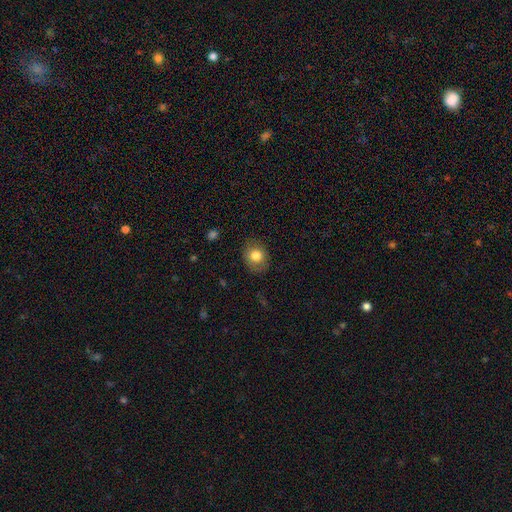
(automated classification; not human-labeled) A smooth galaxy with no disk features (80%) that is round (56%).

Vote fractions:
- Smooth or featured? smooth: 80% / featured or disk: 11% / star or artifact: 9%
- How rounded? round: 56% / in between: 43% / cigar-shaped: 1%
- Merging? none: 81% / minor disturbance: 14% / major disturbance: 4% / merger: 1%